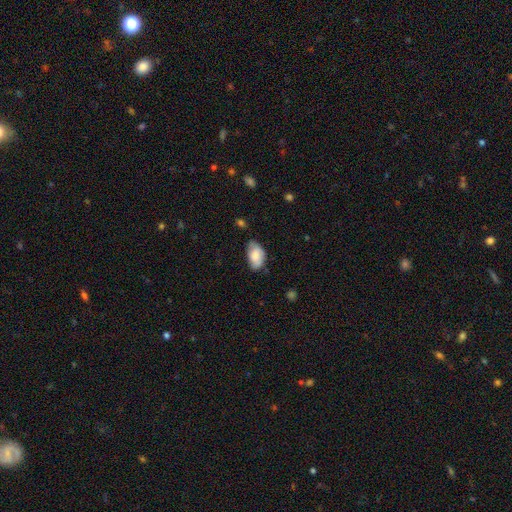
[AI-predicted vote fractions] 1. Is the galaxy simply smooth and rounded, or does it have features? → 80% smooth, 13% featured or disk, 7% star or artifact.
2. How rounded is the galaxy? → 94% in between, 5% round, 1% cigar-shaped.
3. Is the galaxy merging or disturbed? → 54% none, 35% minor disturbance, 7% major disturbance, 3% merger.